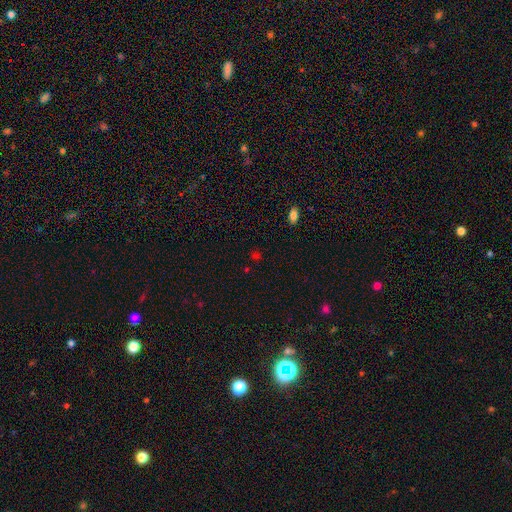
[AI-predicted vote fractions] Smooth or featured: smooth — 52% (star or artifact — 42%)
How rounded: round — 68% (in between — 29%)
Merging: none — 82% (minor disturbance — 10%)